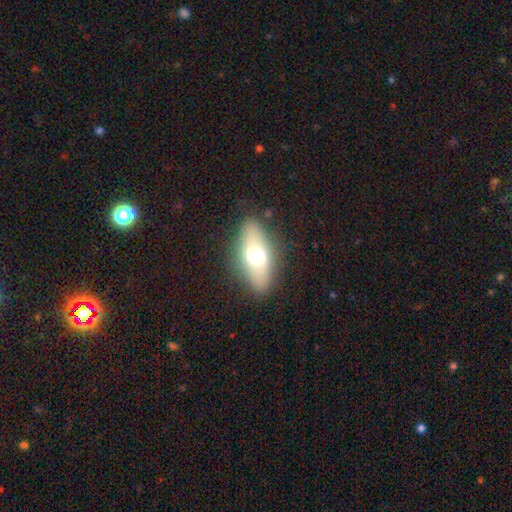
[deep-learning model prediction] Q: Smooth or featured?
A: smooth (55%); runner-up: featured or disk (35%)
Q: How rounded?
A: in between (80%); runner-up: cigar-shaped (10%)
Q: Merging?
A: none (80%); runner-up: minor disturbance (13%)